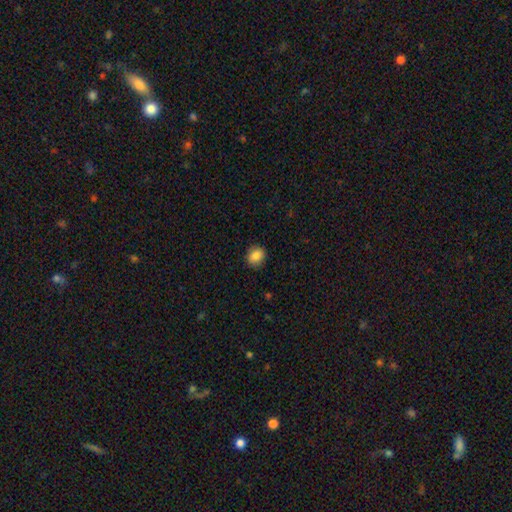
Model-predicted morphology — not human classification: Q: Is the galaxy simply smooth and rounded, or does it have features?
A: smooth — 86%.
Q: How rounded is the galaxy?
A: round — 64%.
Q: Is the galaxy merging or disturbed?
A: none — 89%.